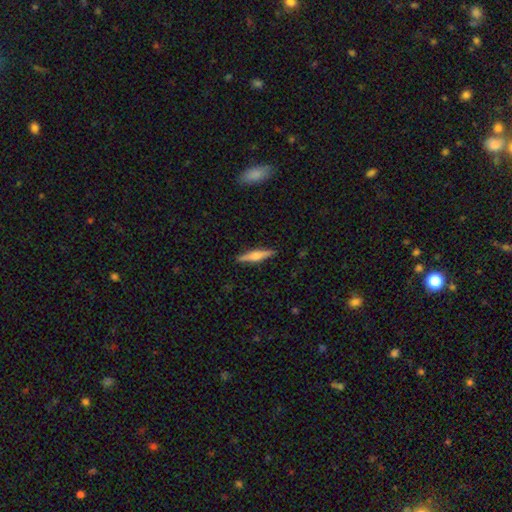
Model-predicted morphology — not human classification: smooth_or_featured: featured or disk (p=0.49) [alt: smooth p=0.44]
merging: none (p=0.90) [alt: minor disturbance p=0.07]